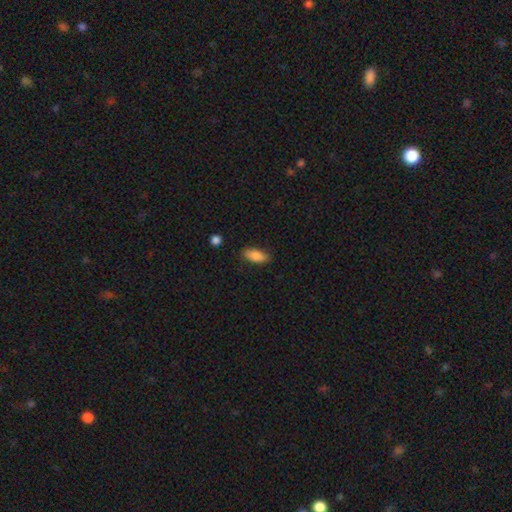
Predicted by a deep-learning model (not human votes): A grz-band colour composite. It shows a smooth galaxy with no disk features (85%) that is in between round and cigar-shaped (83%). Merging: none (85%).